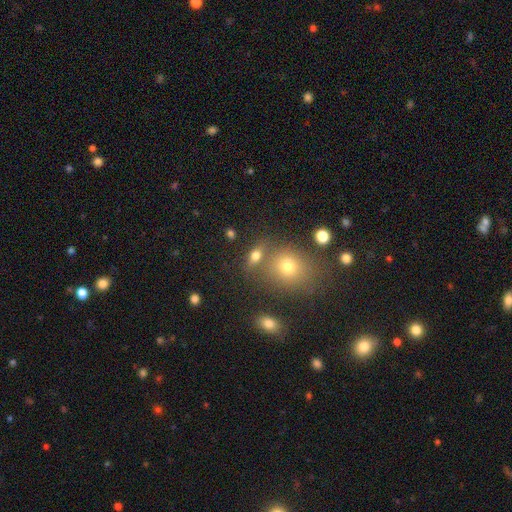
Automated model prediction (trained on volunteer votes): Smooth or featured? smooth (71%)
How rounded? in between (64%)
Merging? none (65%)